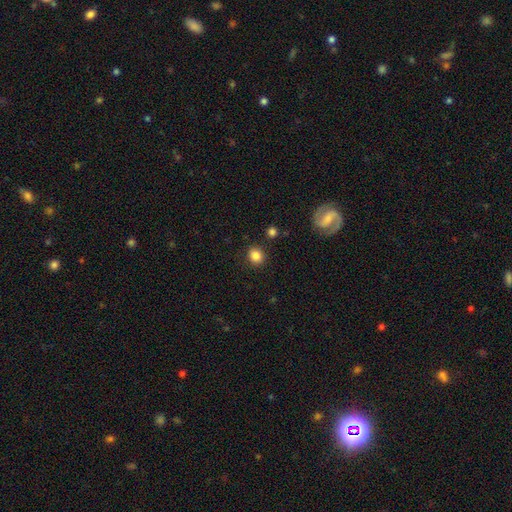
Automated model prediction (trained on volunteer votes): This appears to be a smooth galaxy with no disk features (85%) that is round (76%). Merging: none (87%).